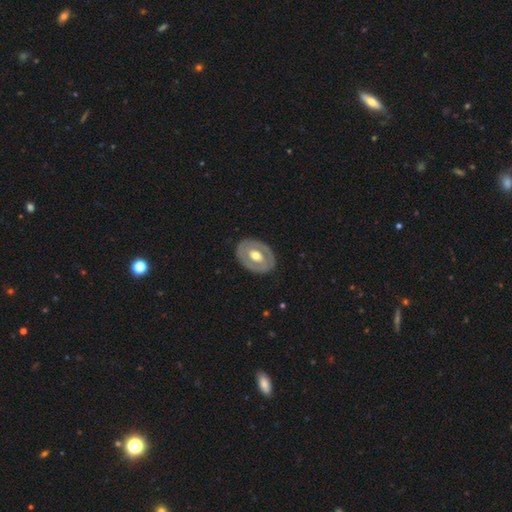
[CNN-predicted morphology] This is possibly a featured or disk galaxy (59%). It is clearly not viewed edge-on (92%). Bar: likely no (64%). Spiral arm pattern: clearly no (83%). Central bulge: likely moderate (71%). Merging: clearly none (84%).